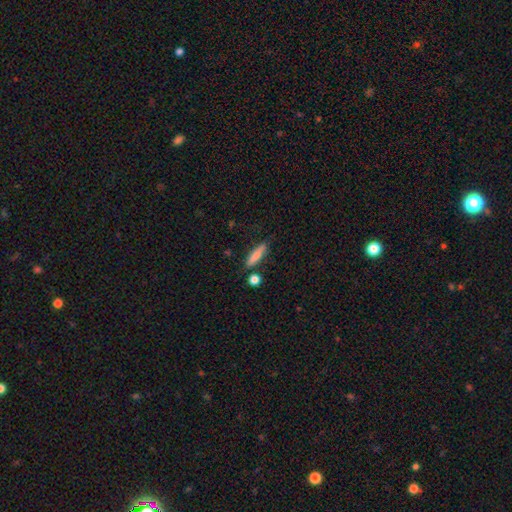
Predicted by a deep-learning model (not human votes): smooth-or-featured: smooth: 76% | featured or disk: 17% | star or artifact: 7%
  how-rounded: cigar-shaped: 78% | in between: 19% | round: 3%
  merging: none: 77% | minor disturbance: 14% | merger: 6% | major disturbance: 3%